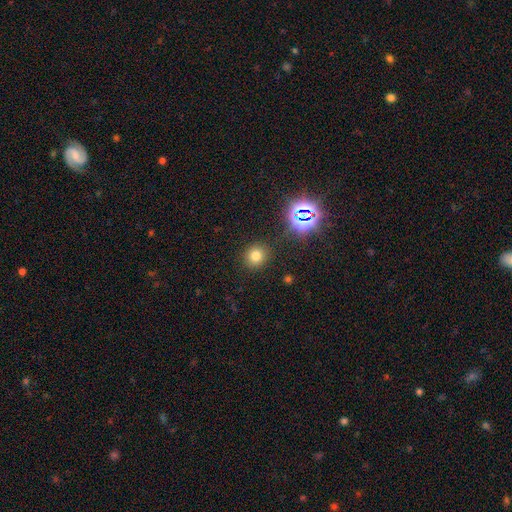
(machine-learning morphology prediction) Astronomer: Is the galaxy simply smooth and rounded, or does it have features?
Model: smooth — 72%.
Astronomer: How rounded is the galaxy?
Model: round — 86%.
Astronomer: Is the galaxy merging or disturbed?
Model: none — 88%.